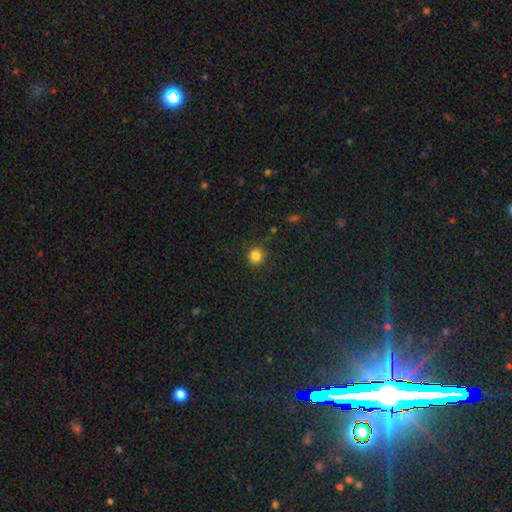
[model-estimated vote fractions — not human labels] Overall: smooth (83%). How rounded: round (93%). Merging: none (86%).